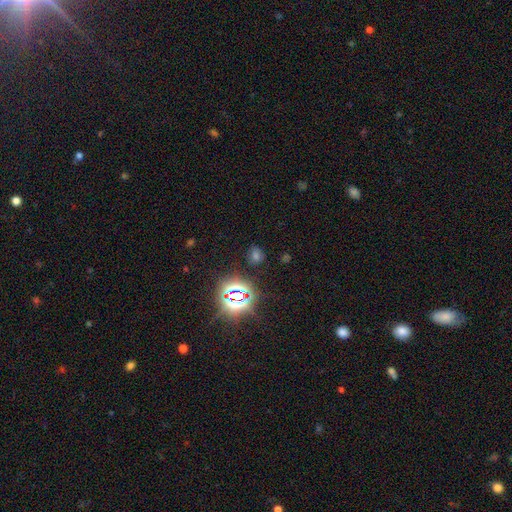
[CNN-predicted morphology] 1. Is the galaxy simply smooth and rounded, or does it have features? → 54% star or artifact, 37% smooth, 8% featured or disk.